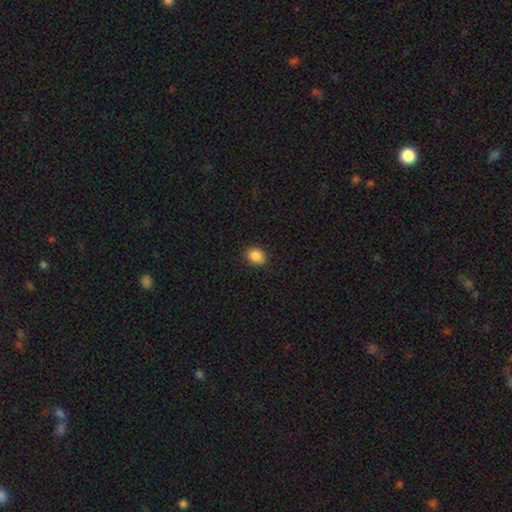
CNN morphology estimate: type=smooth (87%); roundness=in between (55%); merging=none (87%).